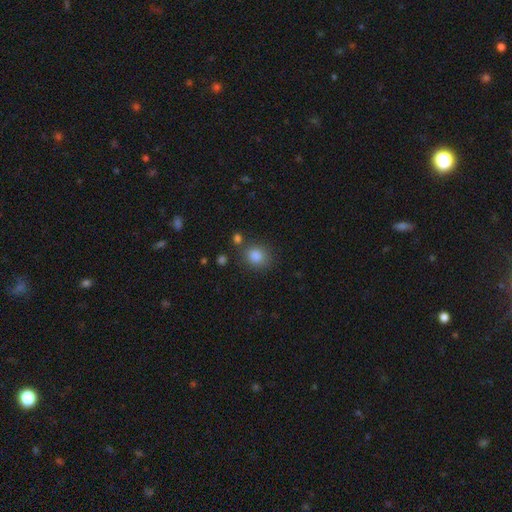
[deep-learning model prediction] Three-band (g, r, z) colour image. It shows a smooth galaxy with no disk features (84%) that is round (74%). Merging: none (77%).